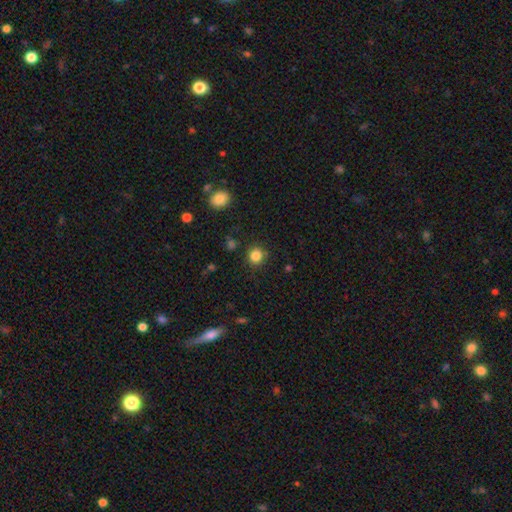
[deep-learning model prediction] smooth_or_featured: smooth (p=0.83) [alt: star or artifact p=0.12]
how_rounded: round (p=0.89) [alt: in between p=0.10]
merging: none (p=0.85) [alt: minor disturbance p=0.09]